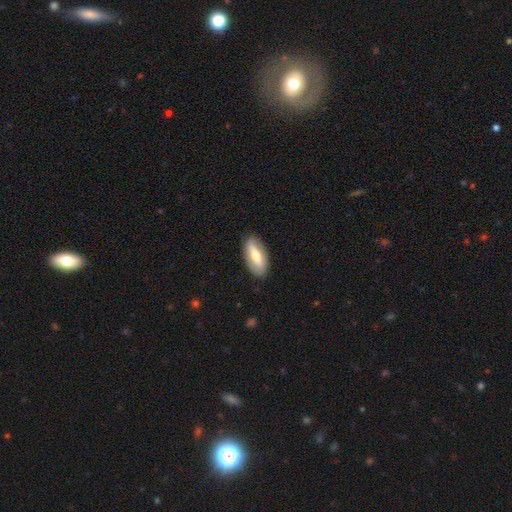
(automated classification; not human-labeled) smooth-or-featured: smooth: 54% | featured or disk: 40% | star or artifact: 6%
  how-rounded: in between: 86% | cigar-shaped: 11% | round: 3%
  merging: none: 86% | minor disturbance: 11% | major disturbance: 3% | merger: 1%